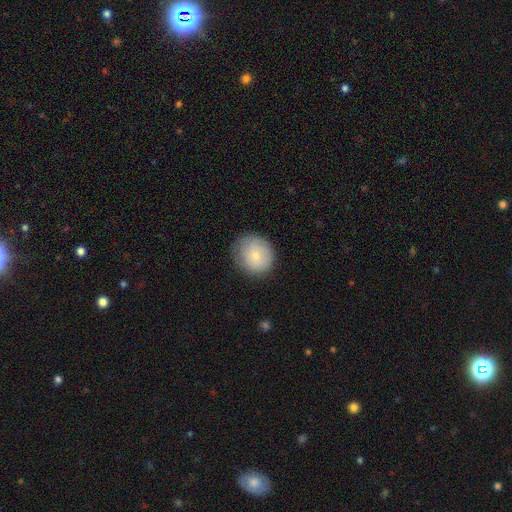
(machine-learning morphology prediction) type=smooth (75%); roundness=round (78%); merging=none (79%).